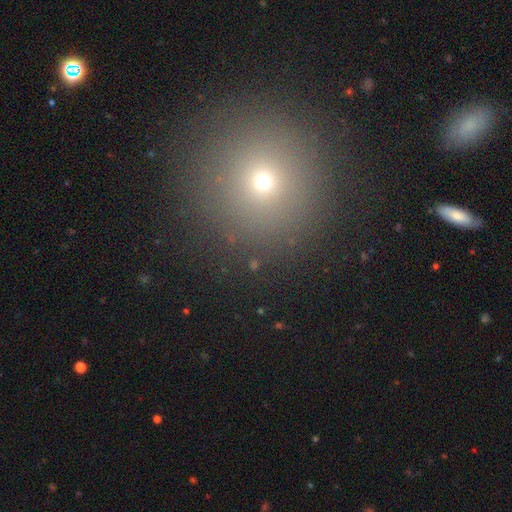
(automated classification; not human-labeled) Morphology: type=smooth (65%); roundness=round (95%); merging=none (91%).